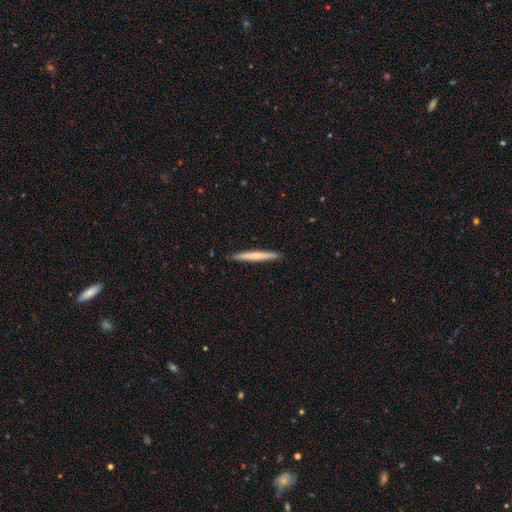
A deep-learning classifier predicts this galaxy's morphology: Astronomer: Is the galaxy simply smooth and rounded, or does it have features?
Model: smooth — 62%.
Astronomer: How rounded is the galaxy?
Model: cigar-shaped — 96%.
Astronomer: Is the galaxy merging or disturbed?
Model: none — 91%.